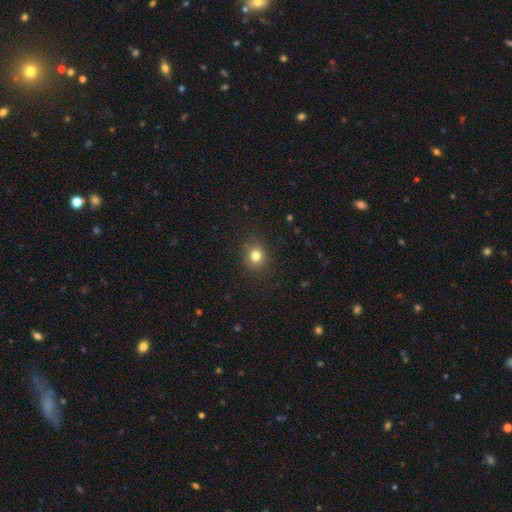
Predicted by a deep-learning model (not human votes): smooth-or-featured: smooth: 80% | star or artifact: 13% | featured or disk: 7%
  how-rounded: round: 78% | in between: 21% | cigar-shaped: 1%
  merging: none: 87% | minor disturbance: 9% | major disturbance: 3% | merger: 1%